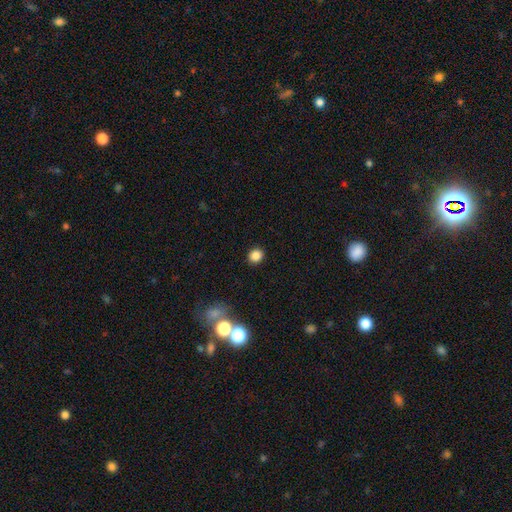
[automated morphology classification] smooth 85%, star or artifact 12%, featured or disk 4%. Down the decision tree: how rounded — round (83%); merging — none (91%).